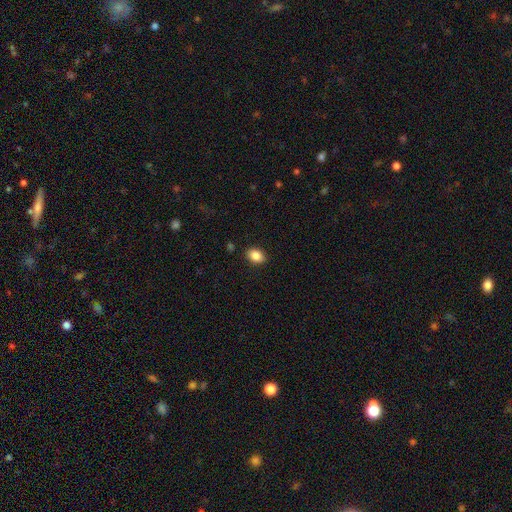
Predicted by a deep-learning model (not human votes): Q: Smooth or featured?
A: smooth (87%); runner-up: star or artifact (8%)
Q: How rounded?
A: in between (78%); runner-up: round (21%)
Q: Merging?
A: none (88%); runner-up: minor disturbance (8%)